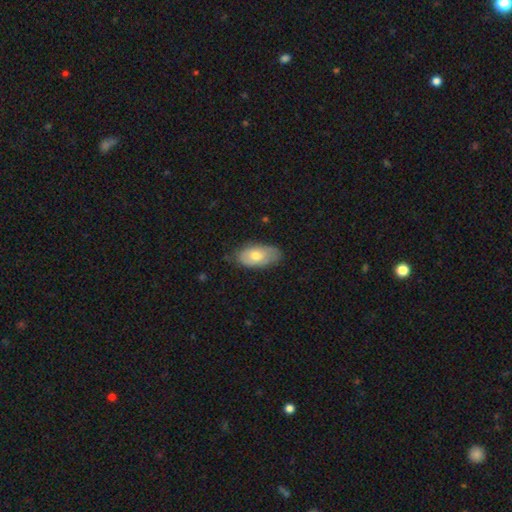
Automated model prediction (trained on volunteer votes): Overall: smooth (64%; featured or disk 30%). How rounded: in between (93%). Merging: none (71%).